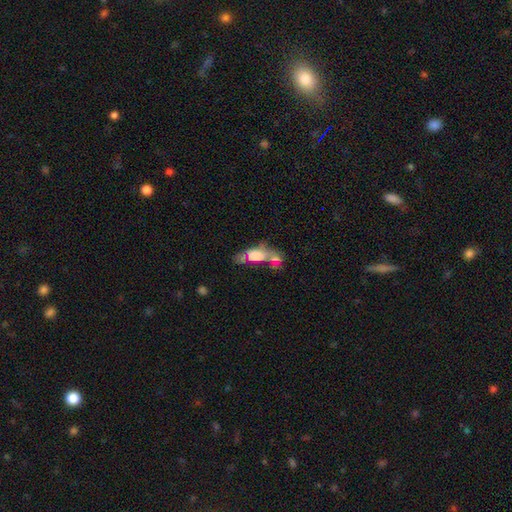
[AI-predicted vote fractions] Smooth or featured?
  - smooth: 60% *
  - featured or disk: 29%
  - star or artifact: 11%
How rounded?
  - in between: 71% *
  - cigar-shaped: 23%
  - round: 6%
Merging?
  - merger: 45% *
  - none: 28%
  - minor disturbance: 14%
  - major disturbance: 13%